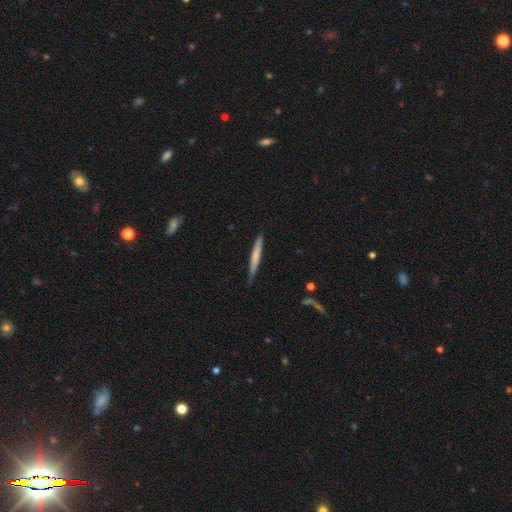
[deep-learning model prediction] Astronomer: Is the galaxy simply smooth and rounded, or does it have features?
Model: smooth — 62%.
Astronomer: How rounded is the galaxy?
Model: cigar-shaped — 96%.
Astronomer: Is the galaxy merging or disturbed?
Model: none — 78%.